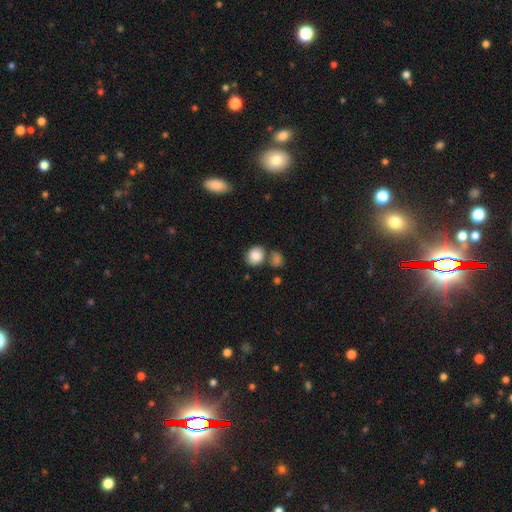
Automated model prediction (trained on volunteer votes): A smooth galaxy with no disk features (85%) that is round (58%). Merging: none (58%).